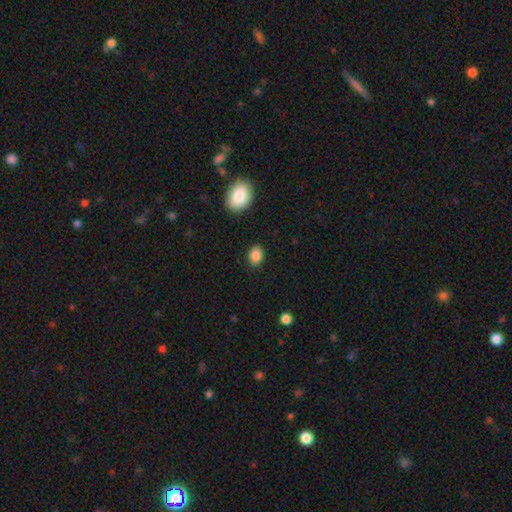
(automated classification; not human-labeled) This appears to be a smooth galaxy with no disk features (87%) that is in between round and cigar-shaped (60%). Merging: none (88%).